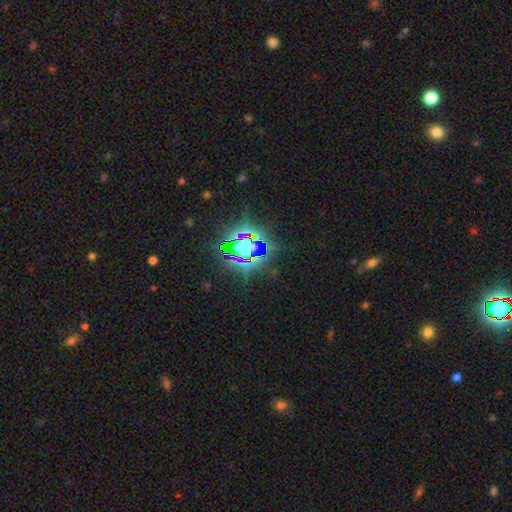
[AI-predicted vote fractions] smooth-or-featured: star or artifact: 80% | smooth: 12% | featured or disk: 8%